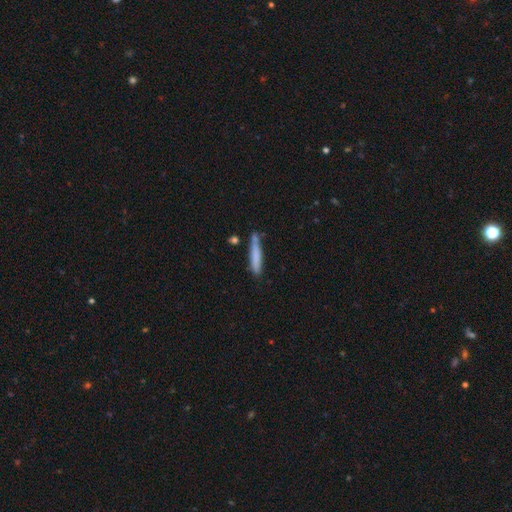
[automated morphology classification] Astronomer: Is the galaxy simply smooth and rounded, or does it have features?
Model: smooth — 75%.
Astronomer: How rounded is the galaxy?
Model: cigar-shaped — 91%.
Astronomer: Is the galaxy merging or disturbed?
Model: none — 67%.